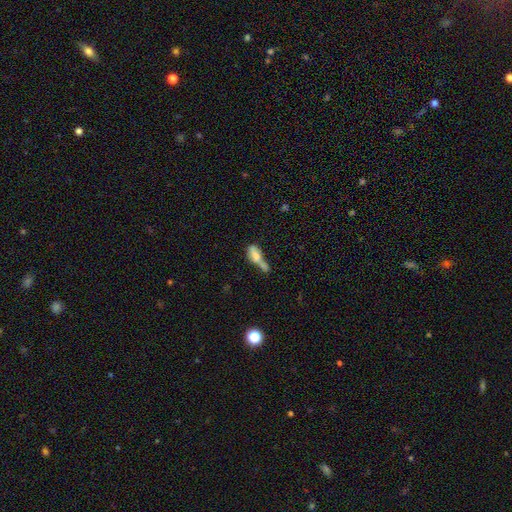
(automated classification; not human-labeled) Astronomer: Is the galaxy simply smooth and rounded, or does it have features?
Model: smooth — 60%.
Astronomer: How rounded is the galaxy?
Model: in between — 63%.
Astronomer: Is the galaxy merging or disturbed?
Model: merger — 48%.